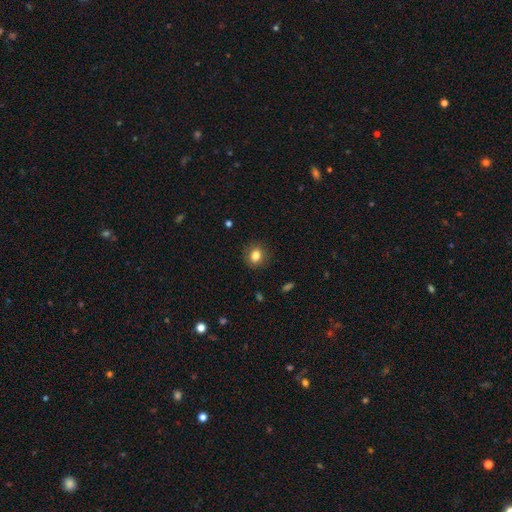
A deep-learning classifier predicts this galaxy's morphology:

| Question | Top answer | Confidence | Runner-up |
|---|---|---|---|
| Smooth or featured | smooth | 82% | star or artifact (10%) |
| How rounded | round | 71% | in between (28%) |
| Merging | none | 87% | minor disturbance (9%) |